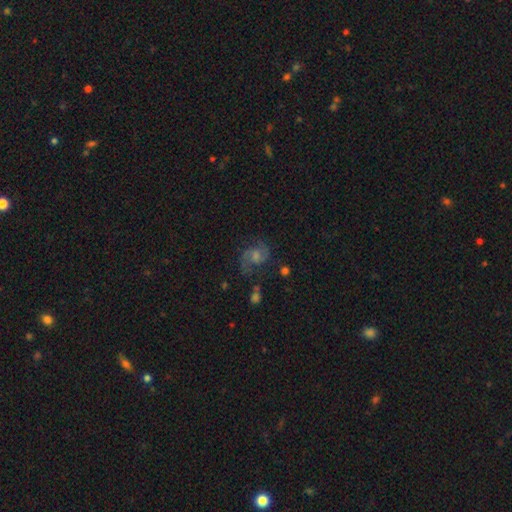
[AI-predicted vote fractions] Smooth or featured?
  - featured or disk: 70% *
  - star or artifact: 15%
  - smooth: 15%
Edge-on disk?
  - no: 98% *
  - yes: 2%
Bar?
  - no: 56% *
  - weak: 38%
  - strong: 6%
Spiral arms?
  - yes: 94% *
  - no: 6%
Spiral winding?
  - medium: 53% *
  - loose: 28%
  - tight: 18%
Spiral arm count?
  - 2: 86% *
  - can't tell: 6%
  - 1: 4%
  - 3: 2%
  - 4: 1%
  - more than 4: 1%
Bulge size?
  - moderate: 48% *
  - small: 34%
  - large: 8%
  - none: 8%
  - dominant: 2%
Merging?
  - none: 68% *
  - minor disturbance: 17%
  - major disturbance: 11%
  - merger: 4%